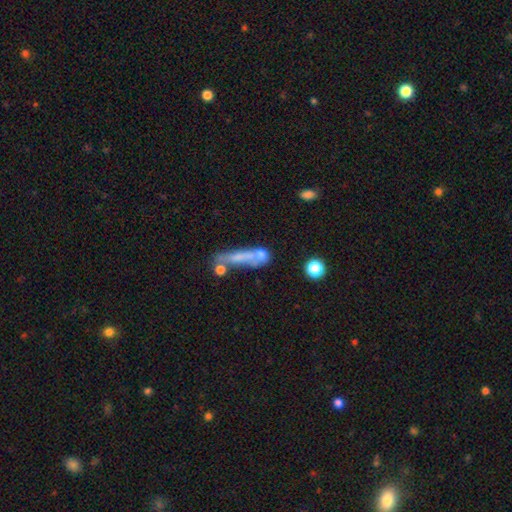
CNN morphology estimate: Overall: smooth (55%; featured or disk 33%). How rounded: cigar-shaped (69%). Merging: none (35%; merger 32%).